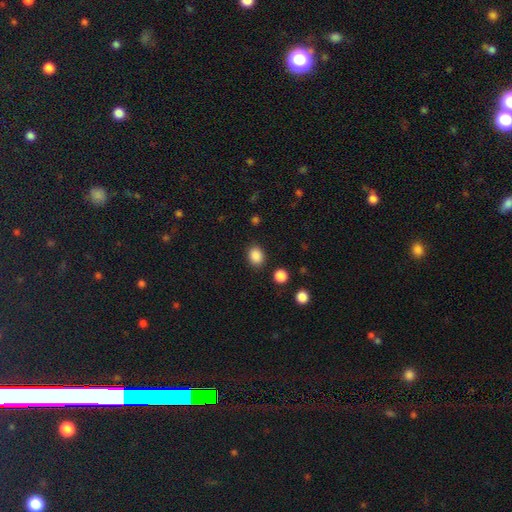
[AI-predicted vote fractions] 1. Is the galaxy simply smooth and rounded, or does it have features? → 87% smooth, 10% star or artifact, 3% featured or disk.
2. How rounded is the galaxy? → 52% in between, 48% round, 1% cigar-shaped.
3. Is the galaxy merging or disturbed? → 86% none, 9% minor disturbance, 3% major disturbance, 2% merger.